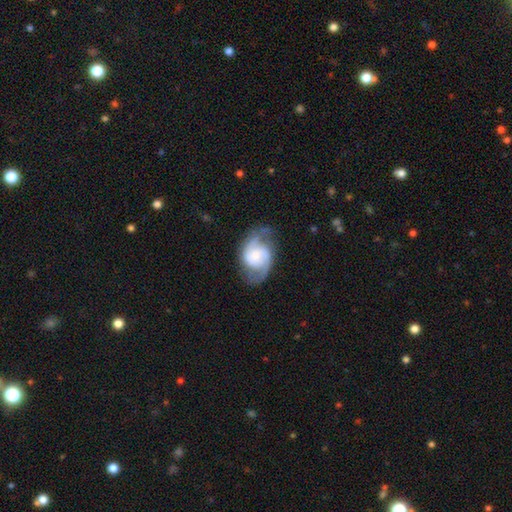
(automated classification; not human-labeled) Smooth or featured? featured or disk (79%)
Edge-on disk? no (98%)
Bar? no (64%)
Spiral arms? yes (94%)
Spiral winding? medium (51%)
Spiral arm count? 2 (89%)
Bulge size? small (41%)
Merging? none (66%)